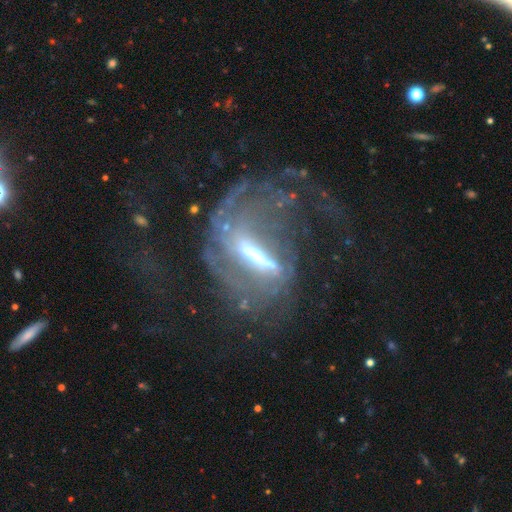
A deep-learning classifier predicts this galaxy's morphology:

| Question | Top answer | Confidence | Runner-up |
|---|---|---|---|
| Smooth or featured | featured or disk | 81% | smooth (10%) |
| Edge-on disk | no | 79% | yes (21%) |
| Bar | strong | 70% | weak (20%) |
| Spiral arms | yes | 70% | no (30%) |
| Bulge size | moderate | 49% | small (29%) |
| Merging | major disturbance | 40% | none (38%) |